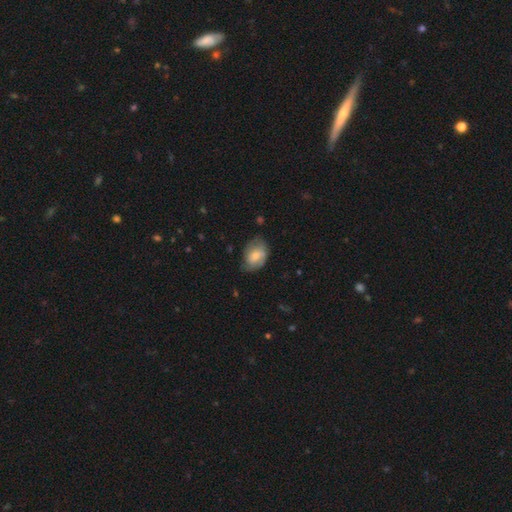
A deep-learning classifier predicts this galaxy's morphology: Smooth or featured? Predicted: smooth (p=0.61). How rounded? Predicted: in between (p=0.80). Merging? Predicted: none (p=0.57).